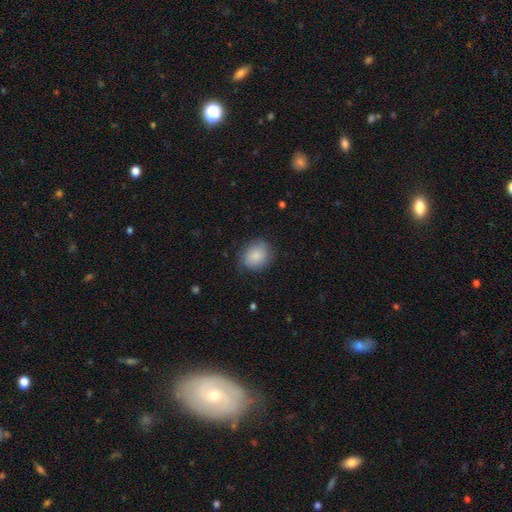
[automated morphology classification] type=smooth (86%); roundness=round (64%); merging=none (78%).